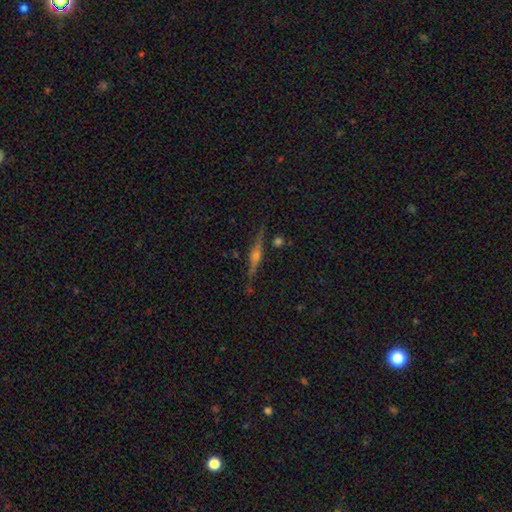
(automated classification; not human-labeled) This is clearly a featured or disk galaxy (80%). It is clearly viewed edge-on (98%). Edge-on bulge: clearly rounded (90%). Merging: clearly none (88%).